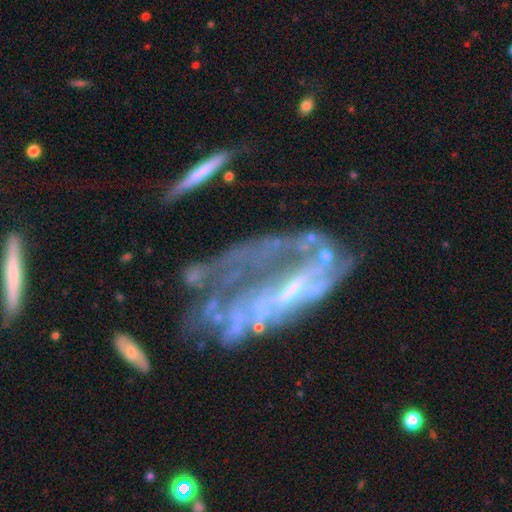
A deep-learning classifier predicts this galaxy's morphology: smooth-or-featured: featured or disk: 75% | smooth: 13% | star or artifact: 12%
  disk-edge-on: no: 83% | yes: 17%
    bar: no: 38% | strong: 32% | weak: 31%
    has-spiral-arms: yes: 63% | no: 37%
    bulge-size: small: 39% | none: 29% | moderate: 26% | large: 4% | dominant: 2%
  merging: none: 34% | major disturbance: 33% | minor disturbance: 20% | merger: 14%